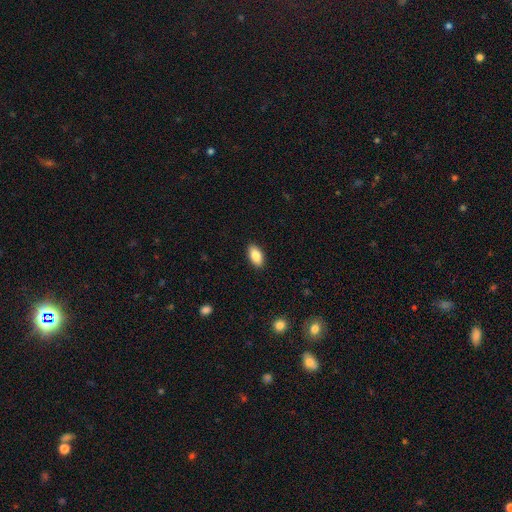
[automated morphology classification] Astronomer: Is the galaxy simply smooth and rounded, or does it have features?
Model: smooth — 85%.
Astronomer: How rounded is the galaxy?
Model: in between — 93%.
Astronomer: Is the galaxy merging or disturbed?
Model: none — 90%.